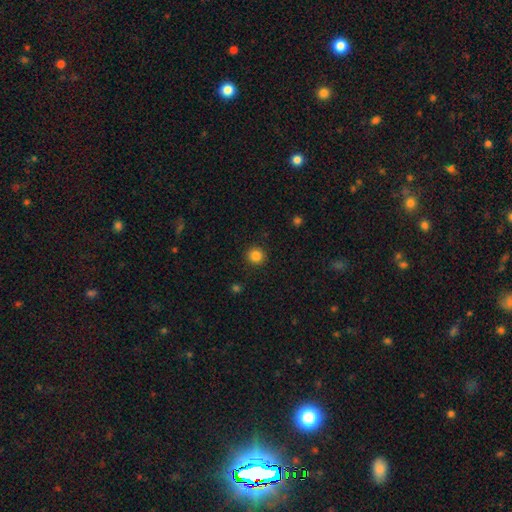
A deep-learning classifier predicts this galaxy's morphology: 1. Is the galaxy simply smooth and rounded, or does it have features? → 85% smooth, 11% star or artifact, 4% featured or disk.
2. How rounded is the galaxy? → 94% round, 5% in between, 1% cigar-shaped.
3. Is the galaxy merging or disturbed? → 92% none, 5% minor disturbance, 2% major disturbance, 1% merger.